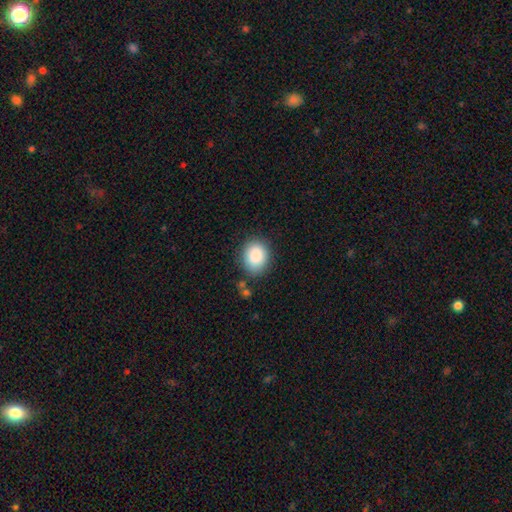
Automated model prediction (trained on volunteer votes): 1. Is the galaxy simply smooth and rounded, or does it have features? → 88% smooth, 8% star or artifact, 5% featured or disk.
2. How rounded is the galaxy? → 53% in between, 46% round, 1% cigar-shaped.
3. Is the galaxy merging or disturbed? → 82% none, 12% minor disturbance, 4% major disturbance, 2% merger.